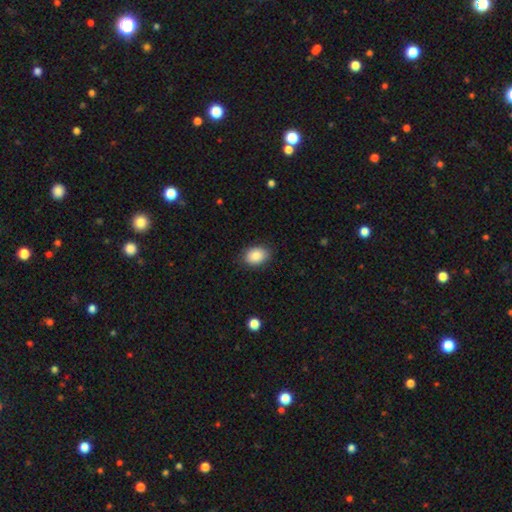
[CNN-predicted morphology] Smooth or featured: smooth — 87% (star or artifact — 7%)
How rounded: in between — 77% (round — 22%)
Merging: none — 84% (minor disturbance — 12%)